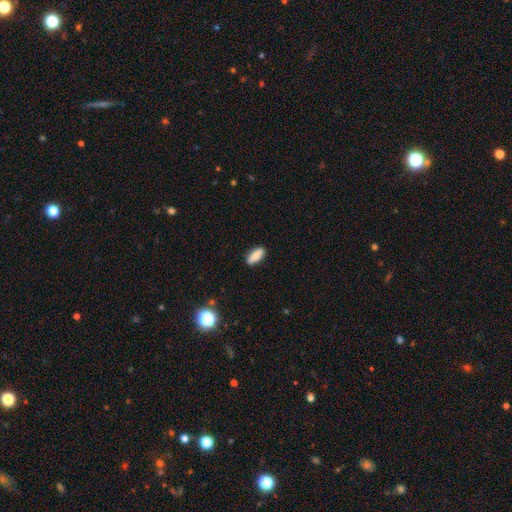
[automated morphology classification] Overall: smooth (83%). How rounded: in between (69%; cigar-shaped 29%). Merging: none (87%).